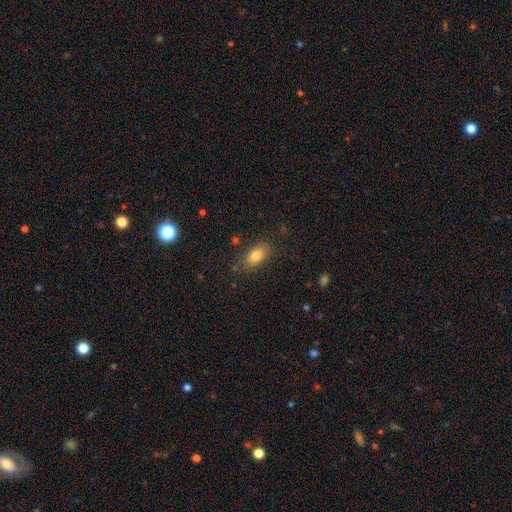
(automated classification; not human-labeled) This appears to be a smooth galaxy with no disk features (80%) that is in between round and cigar-shaped (87%). Merging: none (82%).